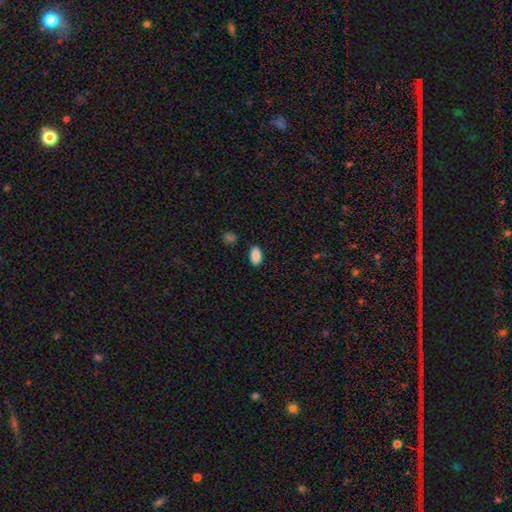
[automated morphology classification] Smooth or featured?
  - smooth: 89% *
  - star or artifact: 8%
  - featured or disk: 4%
How rounded?
  - in between: 94% *
  - round: 3%
  - cigar-shaped: 3%
Merging?
  - none: 87% *
  - minor disturbance: 9%
  - major disturbance: 2%
  - merger: 2%